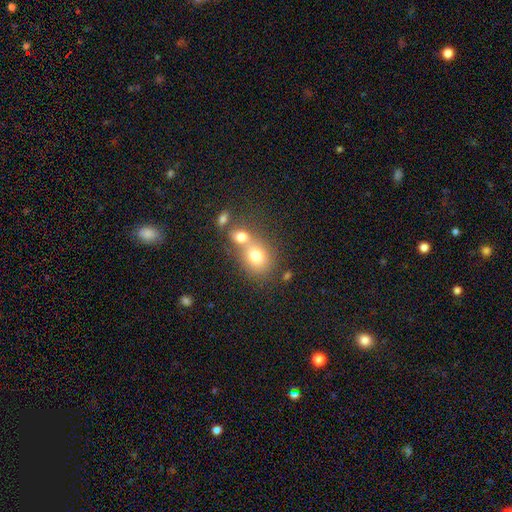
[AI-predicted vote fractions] Q: Smooth or featured?
A: smooth (74%); runner-up: featured or disk (15%)
Q: How rounded?
A: round (63%); runner-up: in between (36%)
Q: Merging?
A: merger (52%); runner-up: none (35%)